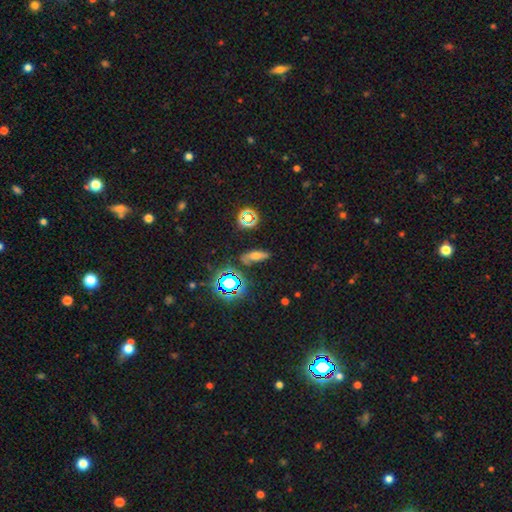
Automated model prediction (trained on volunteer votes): smooth-or-featured: smooth: 50% | star or artifact: 28% | featured or disk: 22%
  how-rounded: in between: 53% | cigar-shaped: 38% | round: 9%
  merging: none: 74% | minor disturbance: 16% | major disturbance: 6% | merger: 4%